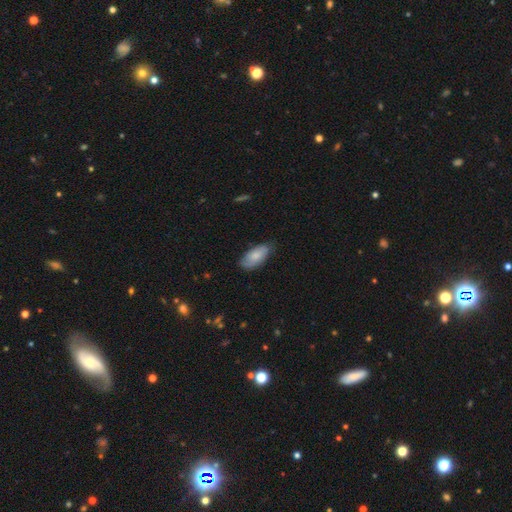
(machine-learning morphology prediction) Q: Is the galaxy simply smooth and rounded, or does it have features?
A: smooth — 66%.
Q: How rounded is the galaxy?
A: in between — 90%.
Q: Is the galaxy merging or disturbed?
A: none — 69%.